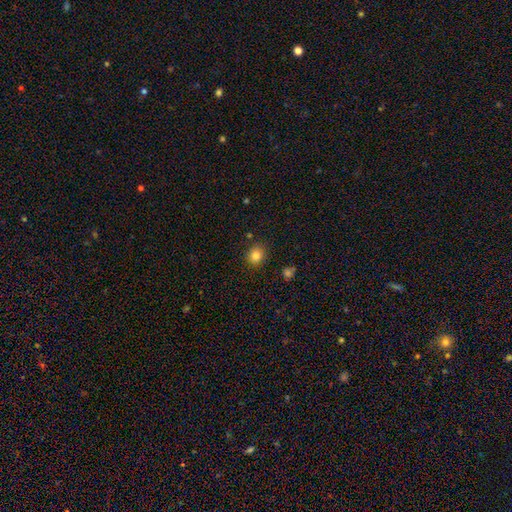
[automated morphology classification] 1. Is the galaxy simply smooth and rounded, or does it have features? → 82% smooth, 11% star or artifact, 6% featured or disk.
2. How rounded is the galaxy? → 71% round, 28% in between, 1% cigar-shaped.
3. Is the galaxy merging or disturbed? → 86% none, 9% minor disturbance, 2% major disturbance, 2% merger.